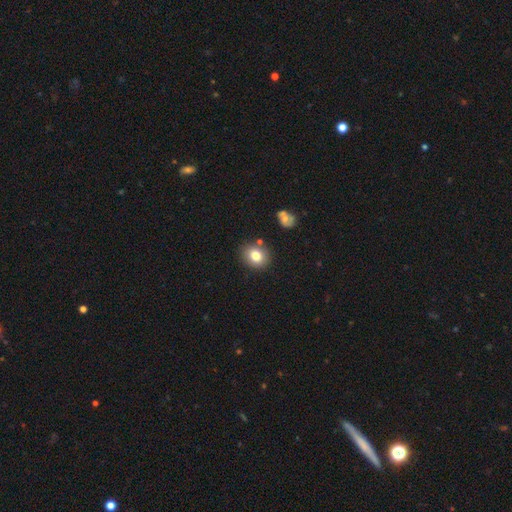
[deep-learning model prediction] The model was most divided on "how rounded": round: 64%, in between: 35%, cigar-shaped: 1%. More confident: merging — none (81%); smooth or featured — smooth (80%).